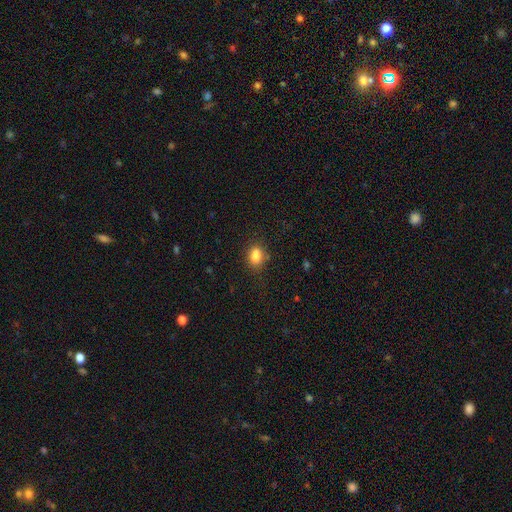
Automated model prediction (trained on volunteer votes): The model was most divided on "how rounded": in between: 72%, round: 26%, cigar-shaped: 2%. More confident: smooth or featured — smooth (83%); merging — none (72%).